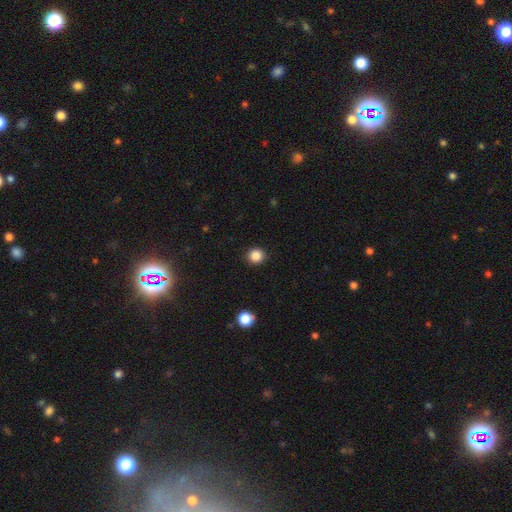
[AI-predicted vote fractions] Smooth or featured? Predicted: smooth (p=0.86). How rounded? Predicted: round (p=0.90). Merging? Predicted: none (p=0.91).